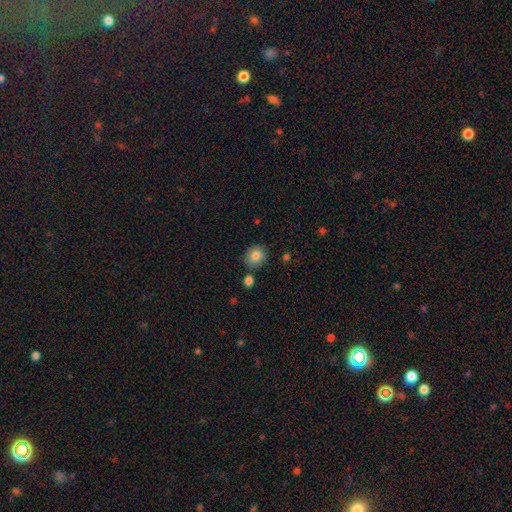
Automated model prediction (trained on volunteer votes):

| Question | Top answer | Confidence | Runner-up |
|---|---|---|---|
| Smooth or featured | smooth | 81% | featured or disk (10%) |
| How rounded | round | 67% | in between (32%) |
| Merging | none | 78% | minor disturbance (12%) |